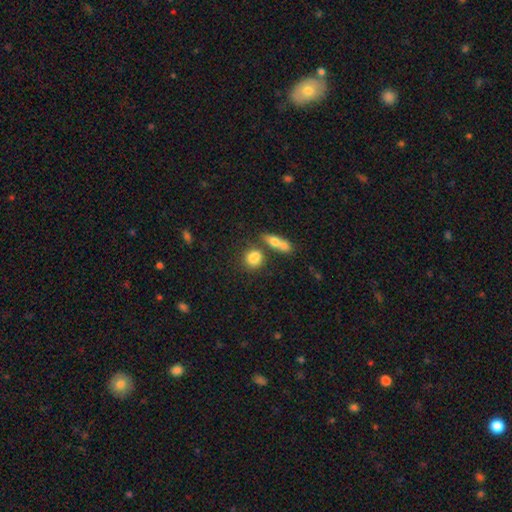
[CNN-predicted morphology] A smooth galaxy with no disk features (82%) that is round (65%).

Vote fractions:
- Smooth or featured? smooth: 82% / star or artifact: 9% / featured or disk: 9%
- How rounded? round: 65% / in between: 31% / cigar-shaped: 4%
- Merging? none: 55% / merger: 27% / minor disturbance: 12% / major disturbance: 5%